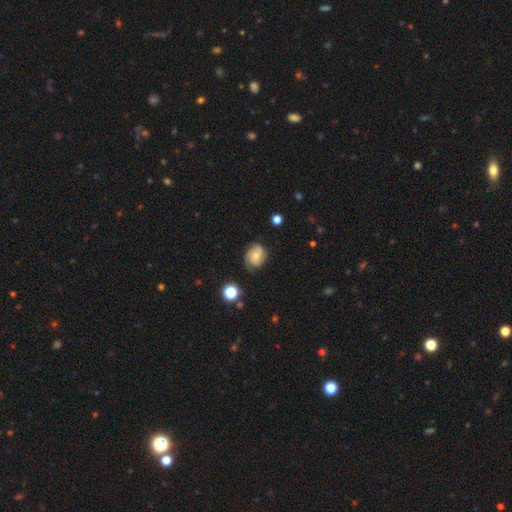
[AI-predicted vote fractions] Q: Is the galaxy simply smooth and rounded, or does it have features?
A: featured or disk — 59%.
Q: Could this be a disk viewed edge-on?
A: no — 97%.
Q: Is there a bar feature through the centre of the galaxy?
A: no — 69%.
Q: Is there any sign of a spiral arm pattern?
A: yes — 91%.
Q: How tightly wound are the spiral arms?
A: tight — 48%.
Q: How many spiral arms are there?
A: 2 — 41%.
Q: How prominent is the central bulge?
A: small — 47%.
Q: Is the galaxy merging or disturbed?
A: none — 74%.